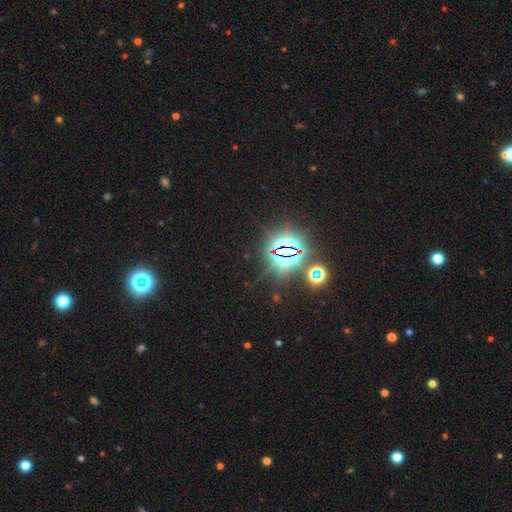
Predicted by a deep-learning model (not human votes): Smooth or featured: star or artifact — 81% (smooth — 12%)